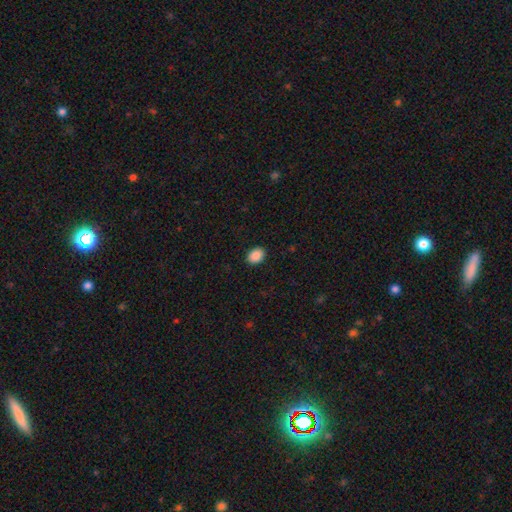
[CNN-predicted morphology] Q: Smooth or featured?
A: smooth (90%); runner-up: star or artifact (8%)
Q: How rounded?
A: in between (70%); runner-up: round (29%)
Q: Merging?
A: none (91%); runner-up: minor disturbance (7%)